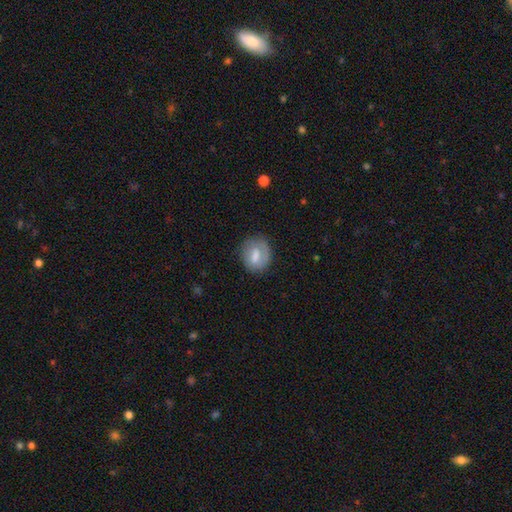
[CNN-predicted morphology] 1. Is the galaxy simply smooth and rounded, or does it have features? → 65% smooth, 28% featured or disk, 7% star or artifact.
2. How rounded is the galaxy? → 61% round, 38% in between, 2% cigar-shaped.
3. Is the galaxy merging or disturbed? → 68% none, 21% minor disturbance, 9% major disturbance, 2% merger.